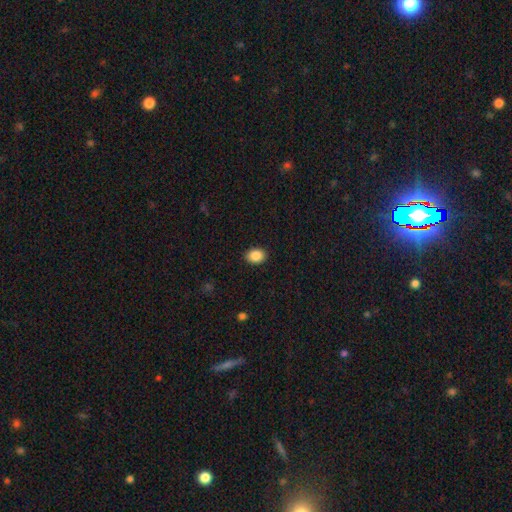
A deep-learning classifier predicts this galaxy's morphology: This appears to be a smooth galaxy with no disk features (88%) that is in between round and cigar-shaped (59%). Merging: none (91%).